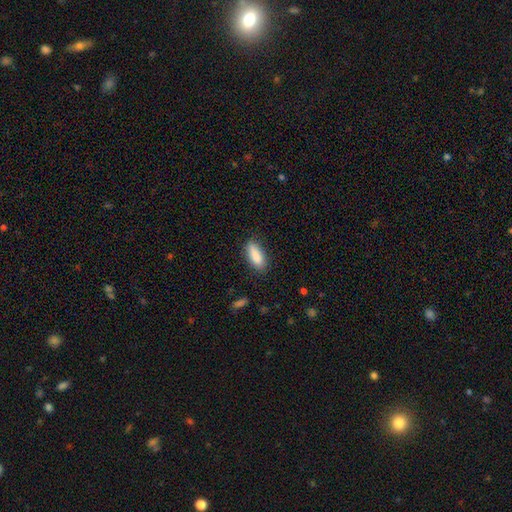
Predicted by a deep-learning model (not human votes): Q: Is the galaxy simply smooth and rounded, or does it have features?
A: smooth — 87%.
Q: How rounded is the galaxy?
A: in between — 67%.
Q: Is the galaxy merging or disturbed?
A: none — 82%.